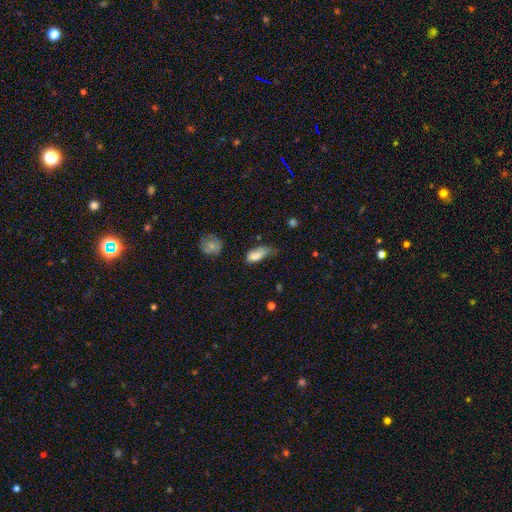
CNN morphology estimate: Smooth or featured?
  - smooth: 81% *
  - featured or disk: 11%
  - star or artifact: 8%
How rounded?
  - in between: 81% *
  - cigar-shaped: 16%
  - round: 4%
Merging?
  - minor disturbance: 44% *
  - none: 29%
  - major disturbance: 23%
  - merger: 4%